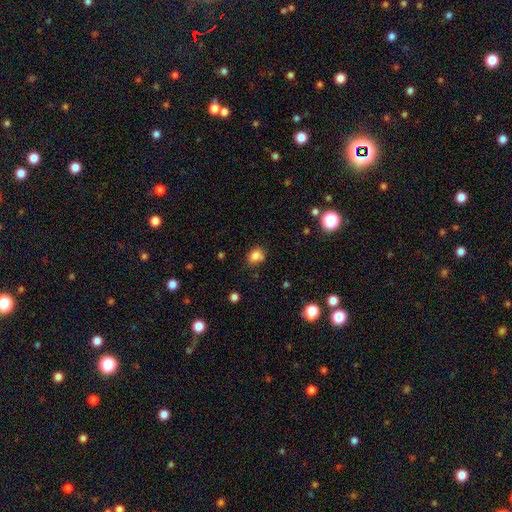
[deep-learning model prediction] smooth 83%, star or artifact 12%, featured or disk 6%. Down the decision tree: how rounded — round (55%); merging — none (67%).